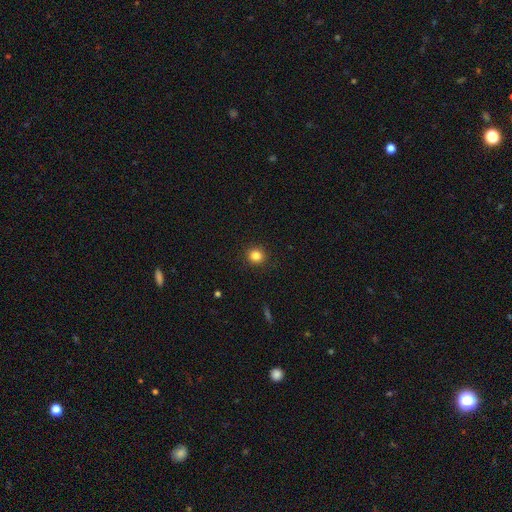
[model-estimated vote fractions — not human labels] Q: Smooth or featured?
A: smooth (84%); runner-up: star or artifact (12%)
Q: How rounded?
A: round (92%); runner-up: in between (7%)
Q: Merging?
A: none (92%); runner-up: minor disturbance (6%)